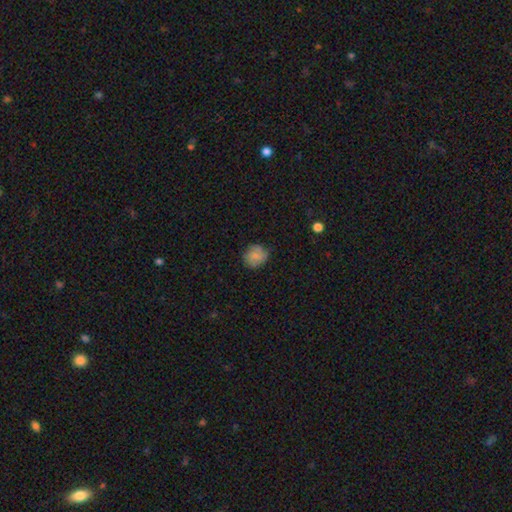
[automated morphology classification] smooth 77%, featured or disk 14%, star or artifact 9%. Down the decision tree: how rounded — round (79%); merging — none (75%).